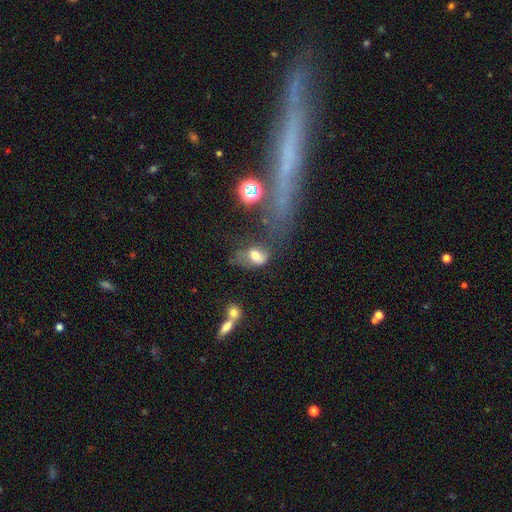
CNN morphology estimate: This appears to be a smooth galaxy with no disk features (61%) that is in between round and cigar-shaped (80%). Merging: major disturbance (35%).